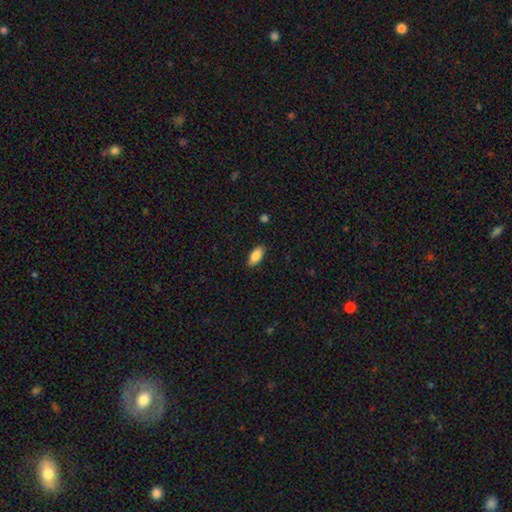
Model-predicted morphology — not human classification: This is clearly a smooth galaxy (87%). How rounded: clearly in between (88%). Merging: clearly none (88%).